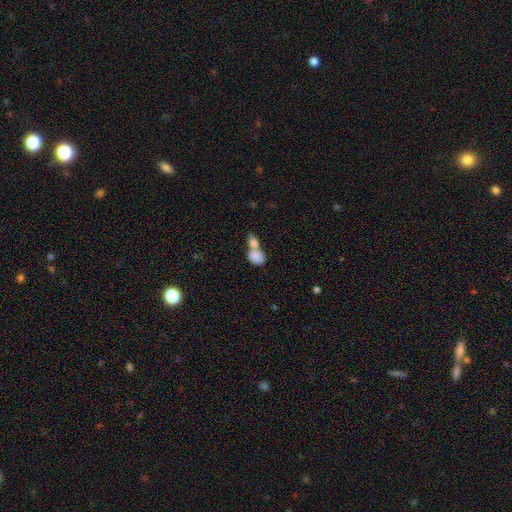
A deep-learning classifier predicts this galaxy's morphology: smooth 84%, featured or disk 9%, star or artifact 7%. Down the decision tree: how rounded — in between (70%); merging — merger (70%).